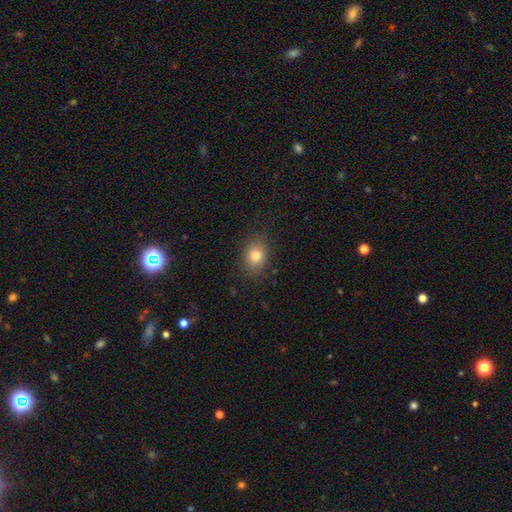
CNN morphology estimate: Smooth or featured: smooth — 79% (star or artifact — 11%)
How rounded: in between — 57% (round — 42%)
Merging: none — 85% (minor disturbance — 11%)